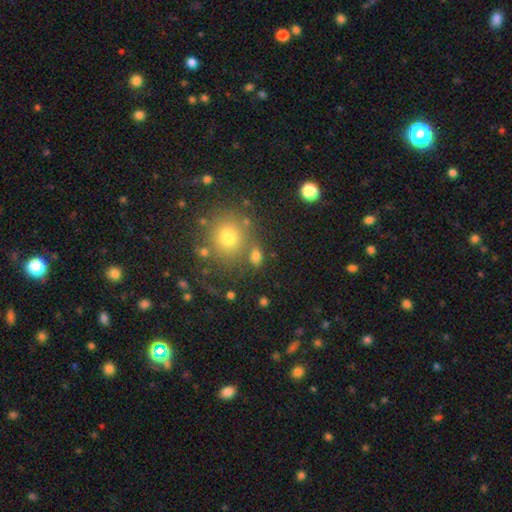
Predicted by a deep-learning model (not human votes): smooth_or_featured: smooth (p=0.74) [alt: star or artifact p=0.16]
how_rounded: in between (p=0.62) [alt: round p=0.34]
merging: none (p=0.67) [alt: merger p=0.14]